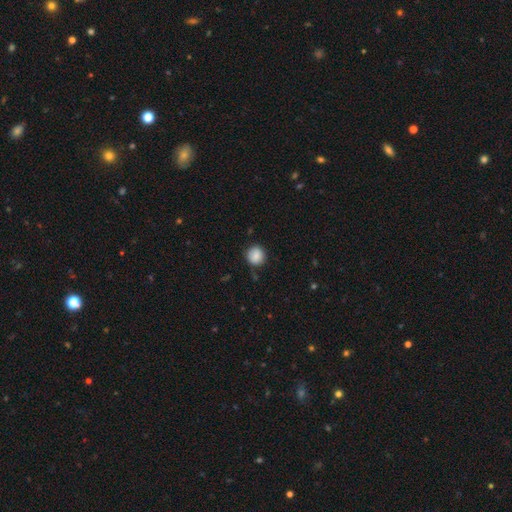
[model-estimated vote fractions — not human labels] Overall: smooth (87%). How rounded: round (87%). Merging: none (82%).